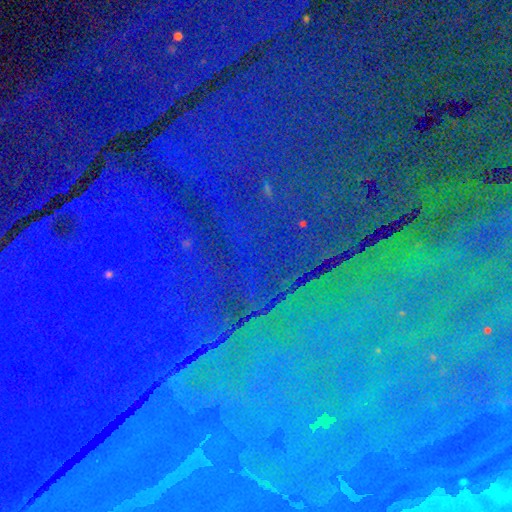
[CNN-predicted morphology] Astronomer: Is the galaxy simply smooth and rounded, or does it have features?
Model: star or artifact — 85%.